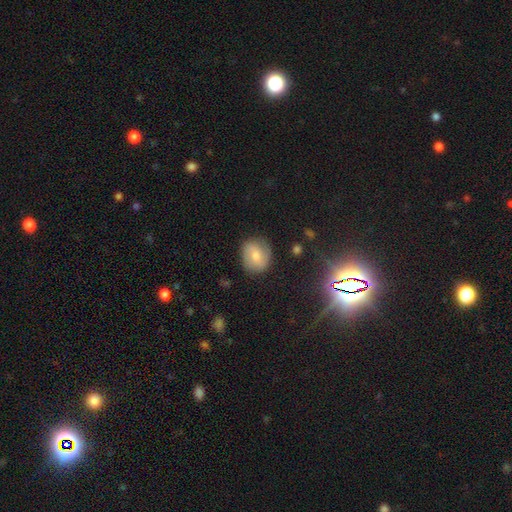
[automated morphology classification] A smooth galaxy with no disk features (58%) that is round (68%).

Vote fractions:
- Smooth or featured? smooth: 58% / featured or disk: 34% / star or artifact: 8%
- How rounded? round: 68% / in between: 31% / cigar-shaped: 1%
- Merging? none: 79% / minor disturbance: 15% / major disturbance: 4% / merger: 2%